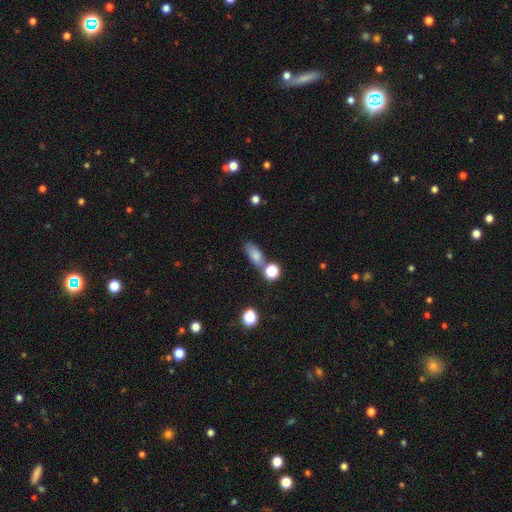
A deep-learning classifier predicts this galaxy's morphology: This appears to be a smooth galaxy with no disk features (75%) that is in between round and cigar-shaped (72%). Merging: none (60%).